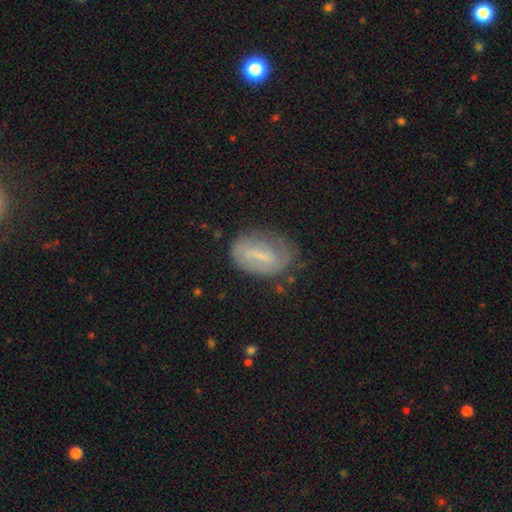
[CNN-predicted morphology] A featured or disk galaxy (46%).

Vote fractions:
- Smooth or featured? featured or disk: 46% / smooth: 44% / star or artifact: 10%
- Merging? none: 63% / minor disturbance: 25% / major disturbance: 10% / merger: 2%